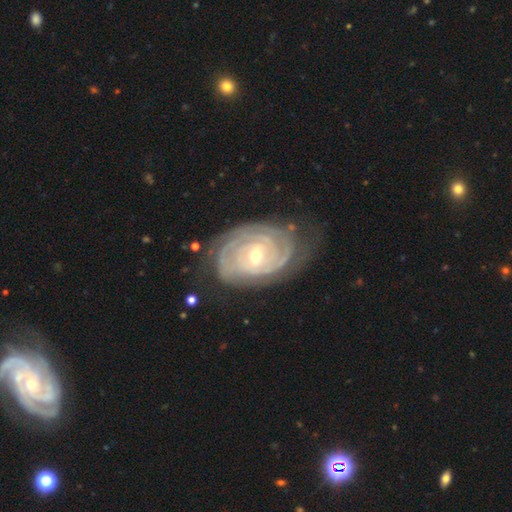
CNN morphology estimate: This is clearly a featured or disk galaxy (91%). It is clearly not viewed edge-on (97%). Bar: marginally weak (41%, tied with no). Spiral arm pattern: clearly yes (98%). Spiral arm count: marginally 2 (29%). Spiral winding: clearly tight (85%). Central bulge: possibly moderate (53%). Merging: likely none (73%).